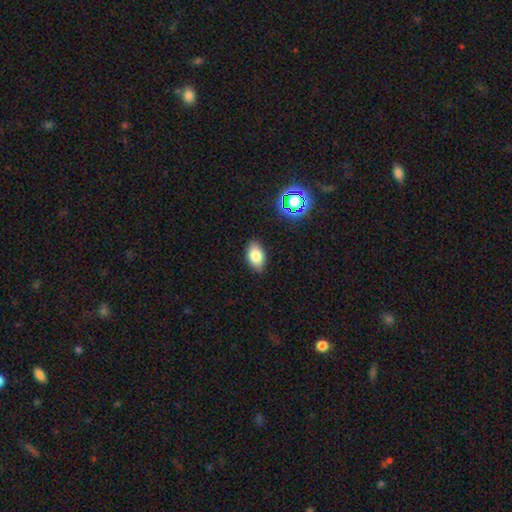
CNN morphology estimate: The model was most divided on "smooth or featured": smooth: 81%, star or artifact: 10%, featured or disk: 9%. More confident: how rounded — in between (91%); merging — none (86%).